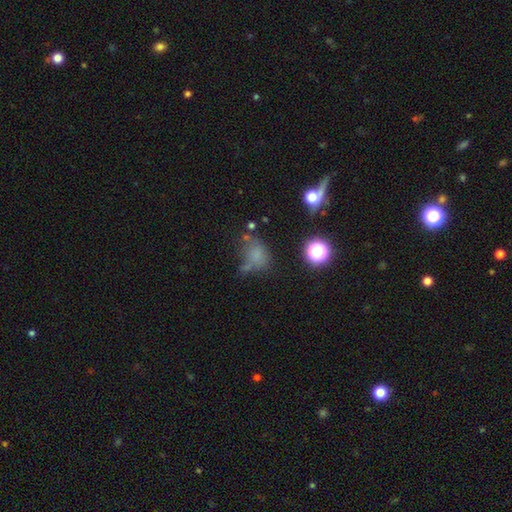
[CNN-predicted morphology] Overall: smooth (64%). How rounded: in between (55%; round 43%). Merging: none (43%; minor disturbance 24%).